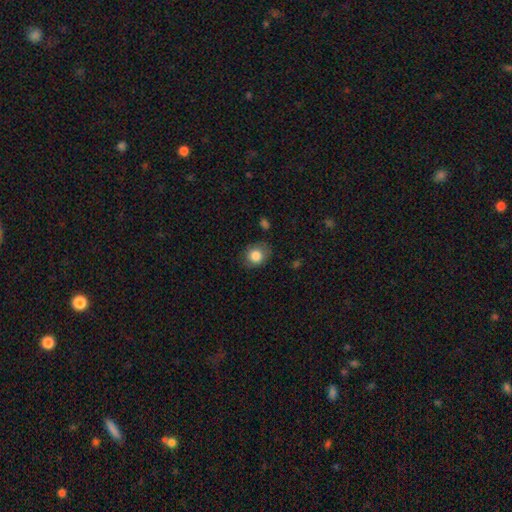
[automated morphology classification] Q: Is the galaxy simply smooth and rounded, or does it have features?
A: smooth — 84%.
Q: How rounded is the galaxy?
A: round — 71%.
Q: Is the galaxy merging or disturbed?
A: none — 75%.